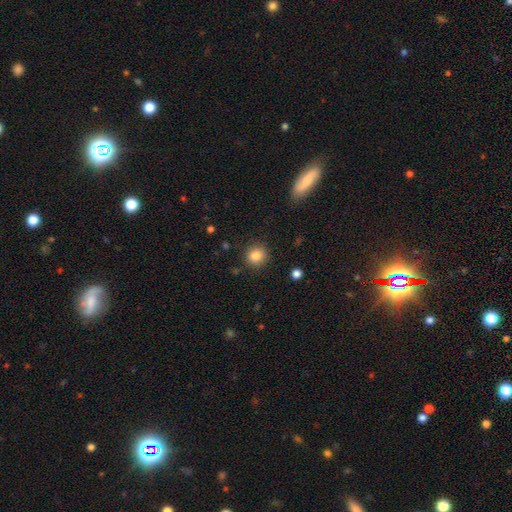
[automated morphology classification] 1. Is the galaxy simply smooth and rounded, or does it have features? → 84% smooth, 10% star or artifact, 5% featured or disk.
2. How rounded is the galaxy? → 90% round, 9% in between, 1% cigar-shaped.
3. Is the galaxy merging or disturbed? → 89% none, 7% minor disturbance, 2% major disturbance, 1% merger.